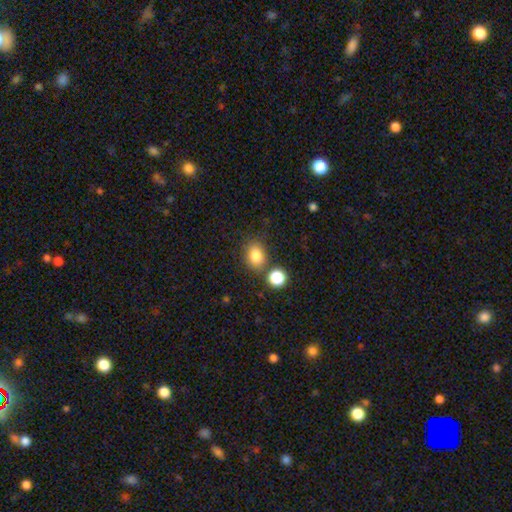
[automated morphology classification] This is clearly a smooth galaxy (82%). How rounded: possibly in between (52%). Merging: likely none (73%).